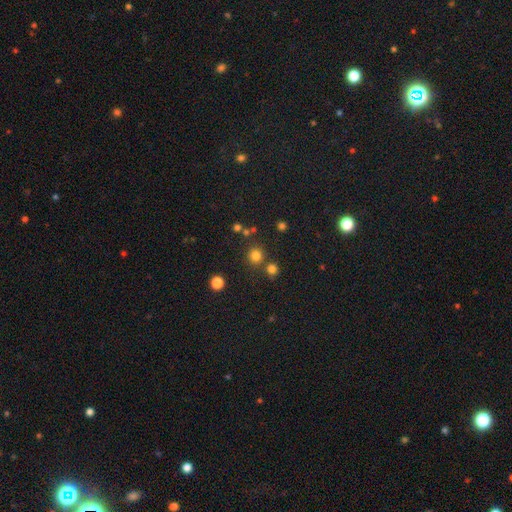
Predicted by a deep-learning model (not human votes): Smooth or featured?
  - smooth: 76% *
  - star or artifact: 18%
  - featured or disk: 5%
How rounded?
  - round: 92% *
  - in between: 7%
  - cigar-shaped: 1%
Merging?
  - none: 78% *
  - merger: 12%
  - minor disturbance: 7%
  - major disturbance: 3%